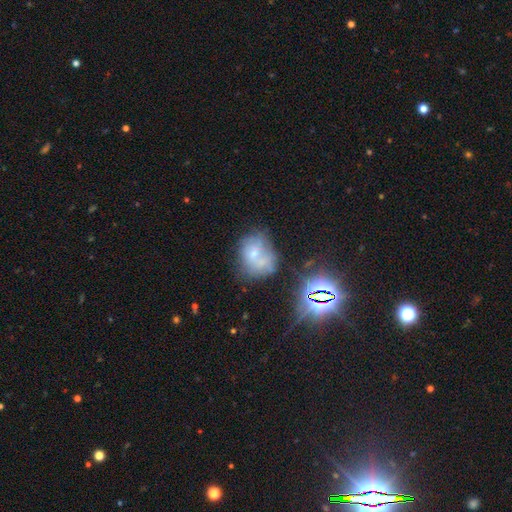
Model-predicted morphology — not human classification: A featured or disk galaxy (43%).

Vote fractions:
- Smooth or featured? featured or disk: 43% / smooth: 36% / star or artifact: 21%
- Merging? none: 34% / merger: 31% / minor disturbance: 20% / major disturbance: 15%